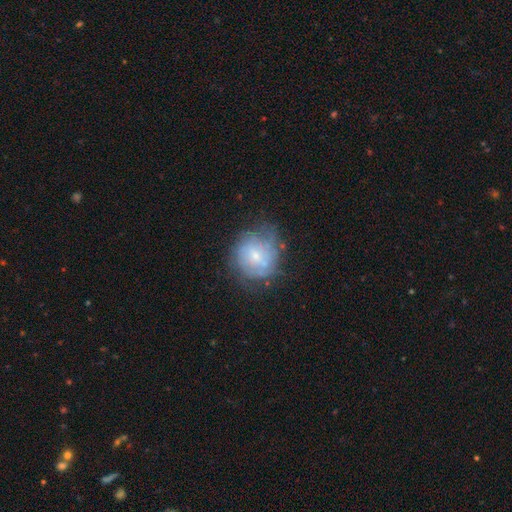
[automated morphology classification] featured or disk 51%, smooth 39%, star or artifact 10%. Down the decision tree: edge-on disk — no (97%); merging — none (60%).